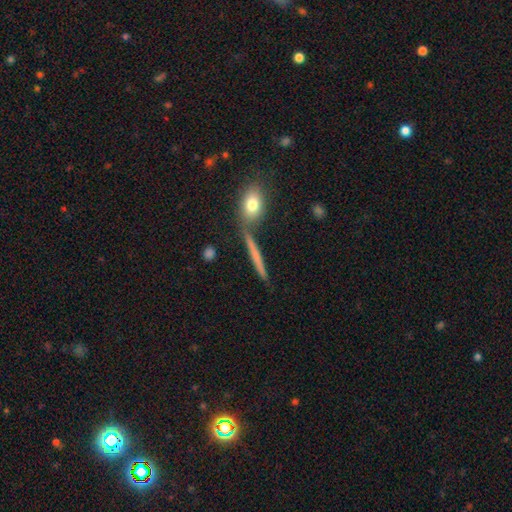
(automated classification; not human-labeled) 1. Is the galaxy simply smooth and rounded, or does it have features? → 48% smooth, 43% featured or disk, 9% star or artifact.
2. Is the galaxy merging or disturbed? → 76% none, 11% minor disturbance, 10% merger, 4% major disturbance.